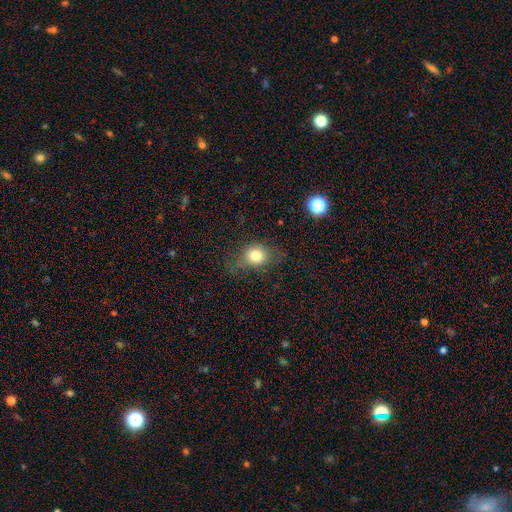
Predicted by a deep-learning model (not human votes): The model was most divided on "how rounded": round: 61%, in between: 37%, cigar-shaped: 1%. More confident: smooth or featured — smooth (77%); merging — none (63%).